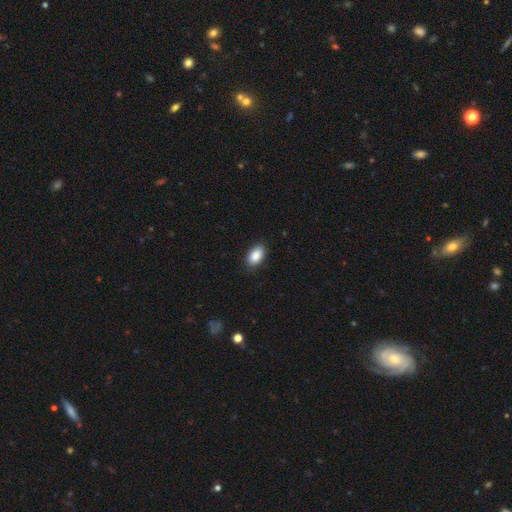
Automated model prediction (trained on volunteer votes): A smooth galaxy with no disk features (89%) that is in between round and cigar-shaped (92%). Merging: none (86%).